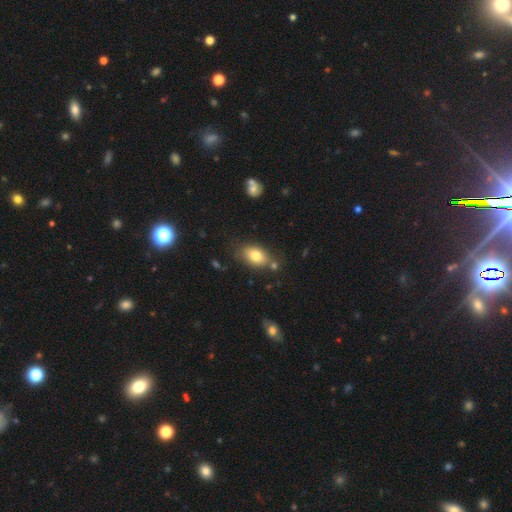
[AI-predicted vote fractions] Smooth or featured? Predicted: smooth (p=0.80). How rounded? Predicted: in between (p=0.87). Merging? Predicted: none (p=0.71).